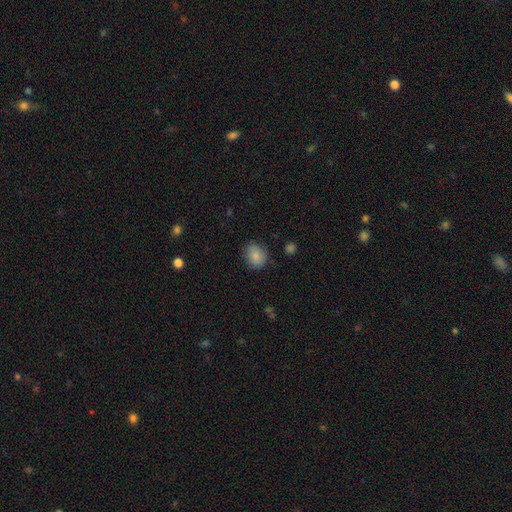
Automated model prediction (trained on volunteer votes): Morphology: type=smooth (82%); roundness=round (59%); merging=none (77%).